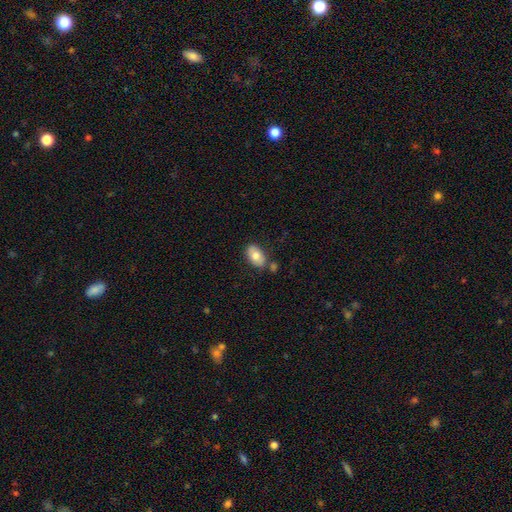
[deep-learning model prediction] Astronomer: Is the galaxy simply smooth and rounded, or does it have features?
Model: smooth — 76%.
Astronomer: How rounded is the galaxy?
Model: in between — 91%.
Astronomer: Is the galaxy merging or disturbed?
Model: none — 72%.